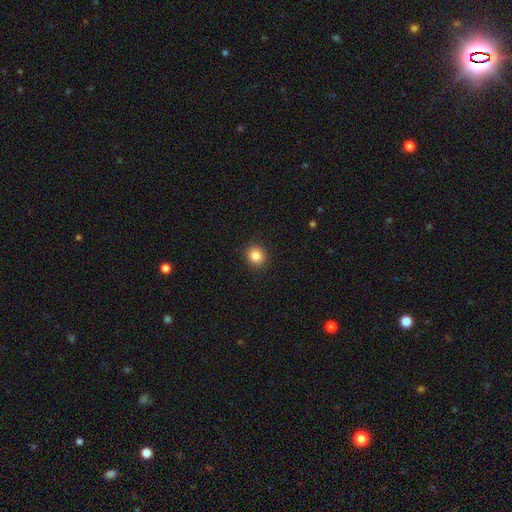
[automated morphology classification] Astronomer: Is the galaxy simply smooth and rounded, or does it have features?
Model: smooth — 85%.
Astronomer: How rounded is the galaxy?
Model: round — 84%.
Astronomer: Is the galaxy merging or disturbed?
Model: none — 91%.